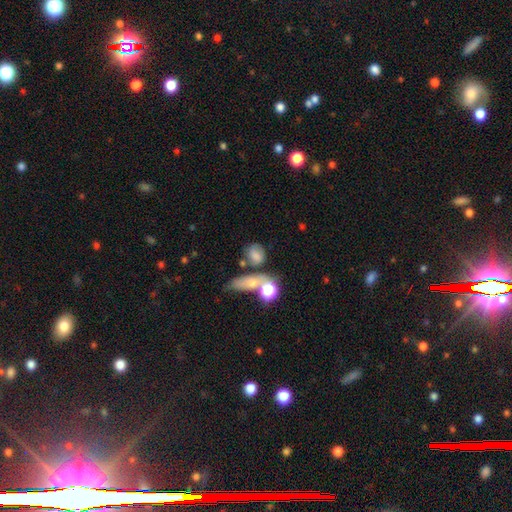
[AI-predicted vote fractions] Smooth or featured: smooth — 71% (featured or disk — 16%)
How rounded: in between — 48% (round — 47%)
Merging: none — 50% (merger — 23%)